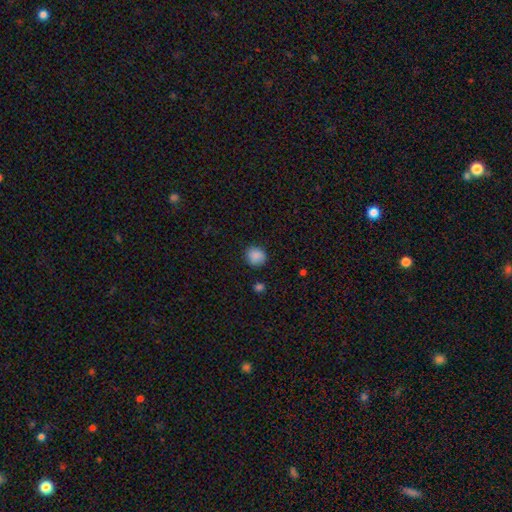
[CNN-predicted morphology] This is clearly a smooth galaxy (87%). How rounded: clearly round (86%). Merging: clearly none (85%).